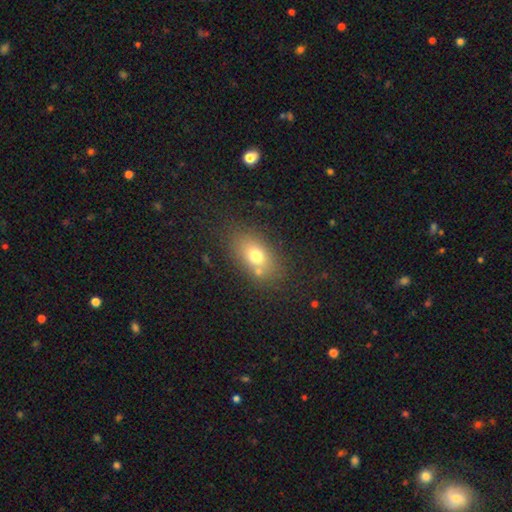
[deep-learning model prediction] Smooth or featured? smooth (72%)
How rounded? in between (78%)
Merging? none (73%)